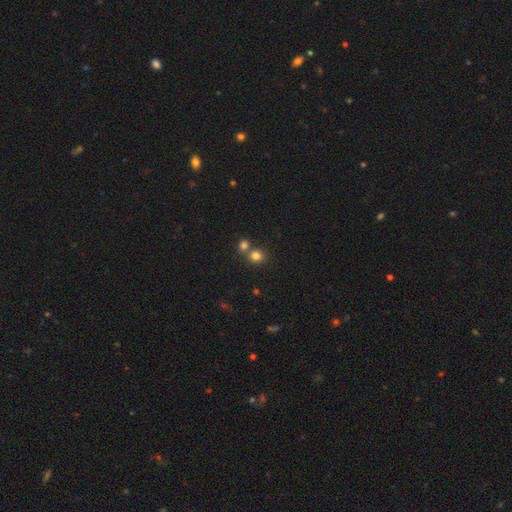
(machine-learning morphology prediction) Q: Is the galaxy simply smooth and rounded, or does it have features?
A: smooth — 80%.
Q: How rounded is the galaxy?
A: round — 83%.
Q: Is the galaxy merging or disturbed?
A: none — 57%.